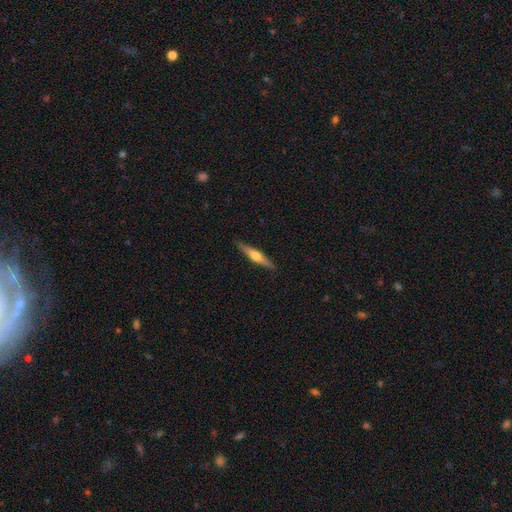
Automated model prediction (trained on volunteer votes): Smooth or featured? Predicted: featured or disk (p=0.67). Edge-on disk? Predicted: yes (p=0.97). Edge-on bulge? Predicted: rounded (p=0.92). Merging? Predicted: none (p=0.90).